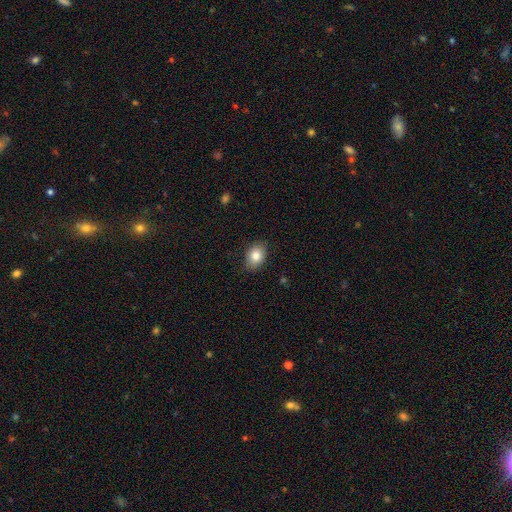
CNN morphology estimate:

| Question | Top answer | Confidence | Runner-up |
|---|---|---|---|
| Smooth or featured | smooth | 83% | featured or disk (9%) |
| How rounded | in between | 70% | round (29%) |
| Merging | none | 85% | minor disturbance (12%) |